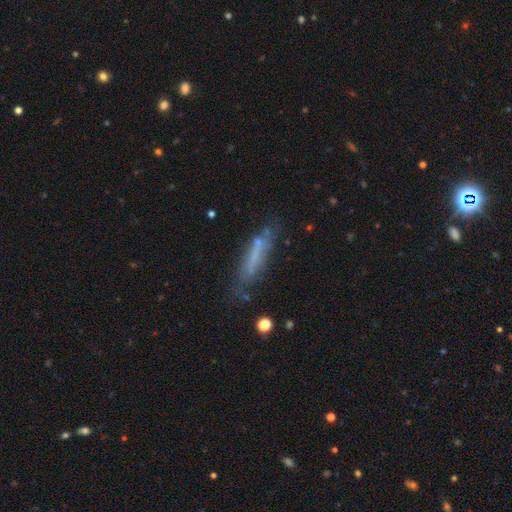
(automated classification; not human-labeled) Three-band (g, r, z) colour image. It shows a smooth galaxy with no disk features (51%) that is cigar-shaped (84%). Merging: none (66%).